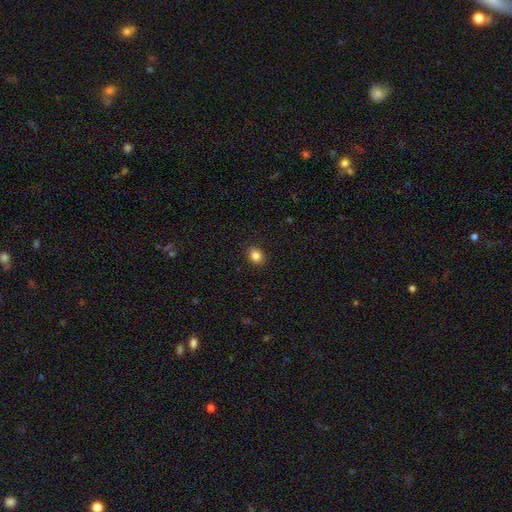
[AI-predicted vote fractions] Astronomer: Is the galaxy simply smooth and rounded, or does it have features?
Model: smooth — 85%.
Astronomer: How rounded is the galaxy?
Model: round — 58% (runner-up: in between, 41%).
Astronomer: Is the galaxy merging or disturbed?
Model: none — 90%.